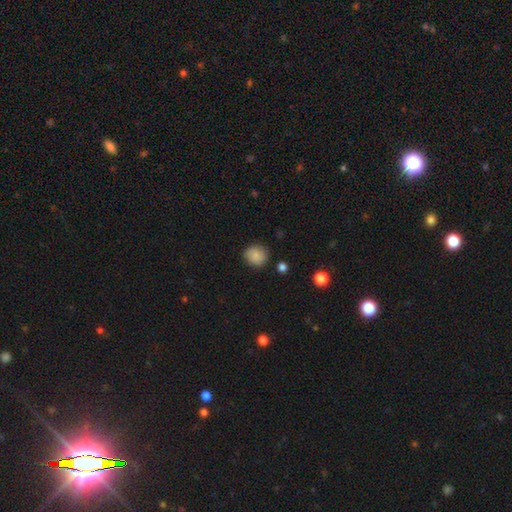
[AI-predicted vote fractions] smooth_or_featured: smooth (p=0.85) [alt: star or artifact p=0.08]
how_rounded: round (p=0.81) [alt: in between p=0.18]
merging: none (p=0.82) [alt: minor disturbance p=0.13]